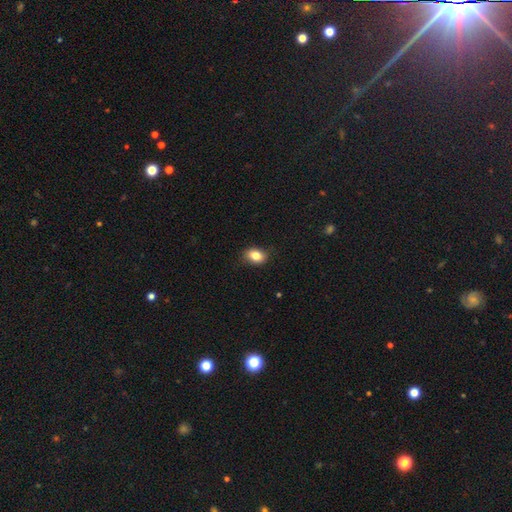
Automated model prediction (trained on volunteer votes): The model was most divided on "how rounded": in between: 71%, round: 28%, cigar-shaped: 1%. More confident: merging — none (83%); smooth or featured — smooth (83%).